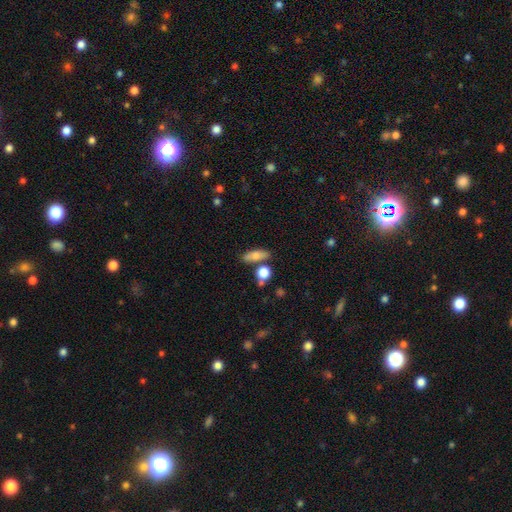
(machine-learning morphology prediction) Smooth or featured?
  - smooth: 73% *
  - featured or disk: 18%
  - star or artifact: 9%
How rounded?
  - in between: 55% *
  - cigar-shaped: 34%
  - round: 11%
Merging?
  - none: 68% *
  - merger: 14%
  - minor disturbance: 13%
  - major disturbance: 4%